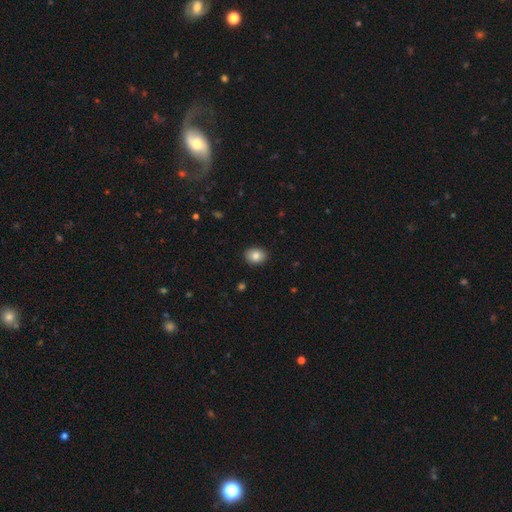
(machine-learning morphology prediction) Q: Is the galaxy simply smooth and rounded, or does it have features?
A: smooth — 84%.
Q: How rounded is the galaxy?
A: in between — 57%.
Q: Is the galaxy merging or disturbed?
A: none — 90%.